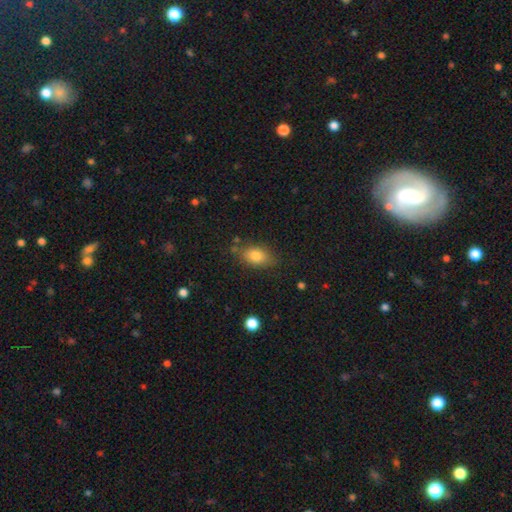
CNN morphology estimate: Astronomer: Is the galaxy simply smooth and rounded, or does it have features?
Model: smooth — 82%.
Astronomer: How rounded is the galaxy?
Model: in between — 84%.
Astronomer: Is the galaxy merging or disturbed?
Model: none — 76%.